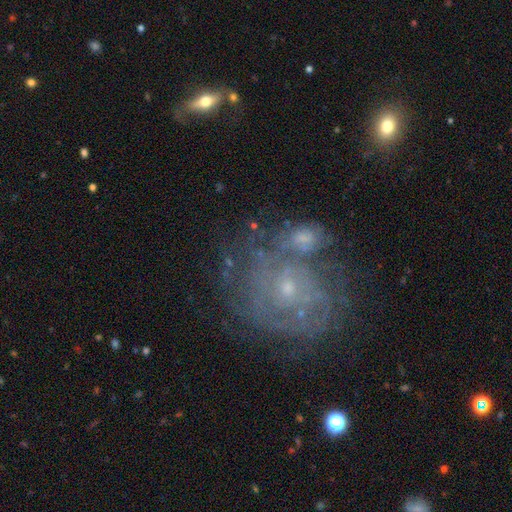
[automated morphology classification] A featured or disk galaxy (76%) with no bar (76%), tight (68%) spiral arms (78%) and a small central bulge (73%). Merging: none (51%).